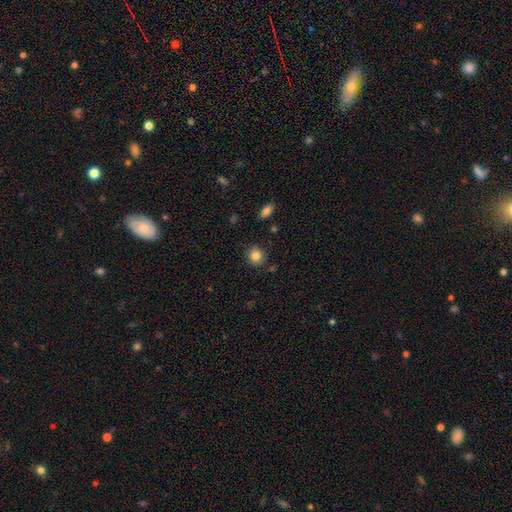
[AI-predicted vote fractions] A smooth galaxy with no disk features (85%) that is round (82%).

Vote fractions:
- Smooth or featured? smooth: 85% / star or artifact: 10% / featured or disk: 5%
- How rounded? round: 82% / in between: 17% / cigar-shaped: 1%
- Merging? none: 86% / minor disturbance: 9% / major disturbance: 3% / merger: 3%